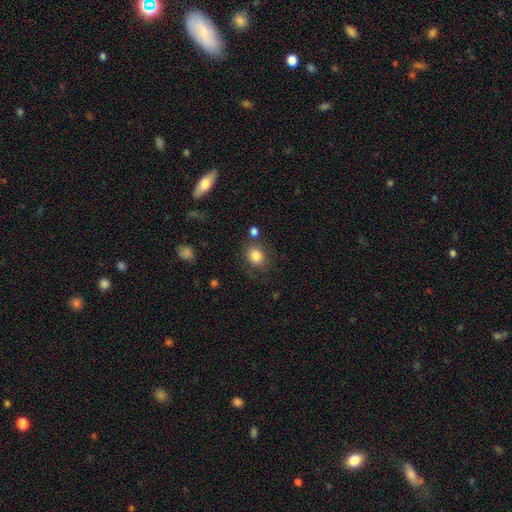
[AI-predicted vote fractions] smooth_or_featured: smooth (p=0.83) [alt: star or artifact p=0.09]
how_rounded: round (p=0.57) [alt: in between p=0.42]
merging: none (p=0.67) [alt: minor disturbance p=0.17]